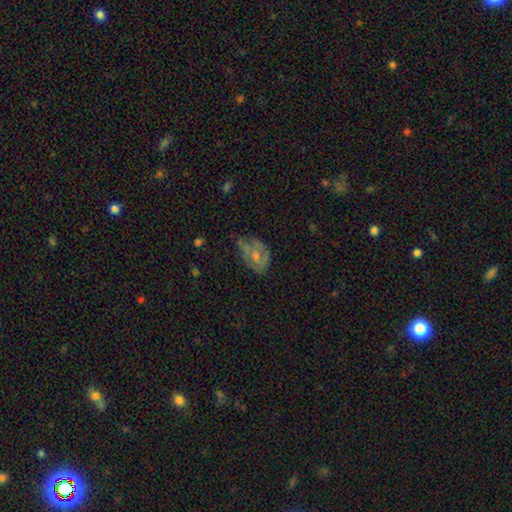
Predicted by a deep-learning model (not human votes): The model was most divided on "smooth or featured": featured or disk: 49%, smooth: 38%, star or artifact: 13%. Remaining: merging — none (46%).